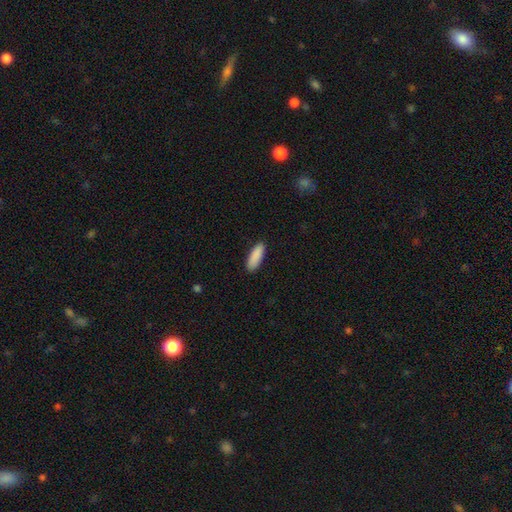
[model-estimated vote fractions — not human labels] A smooth galaxy with no disk features (91%) that is in between round and cigar-shaped (63%).

Vote fractions:
- Smooth or featured? smooth: 91% / star or artifact: 6% / featured or disk: 4%
- How rounded? in between: 63% / cigar-shaped: 36% / round: 2%
- Merging? none: 89% / minor disturbance: 8% / major disturbance: 2% / merger: 1%